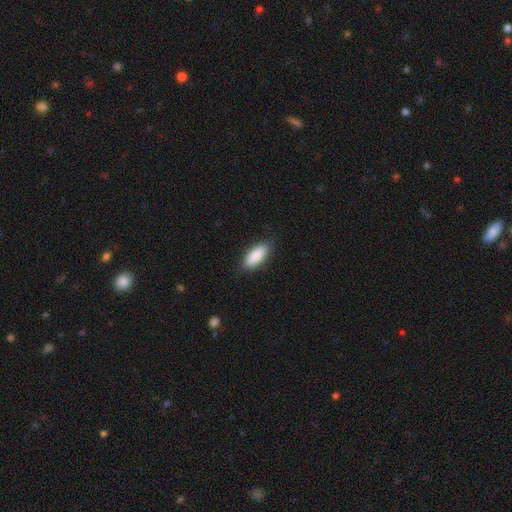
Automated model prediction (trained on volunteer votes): A smooth galaxy with no disk features (88%) that is in between round and cigar-shaped (80%). Merging: none (87%).